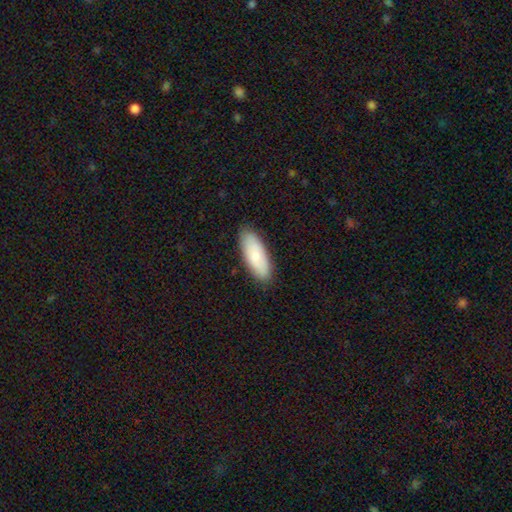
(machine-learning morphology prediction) This appears to be a smooth galaxy with no disk features (76%) that is in between round and cigar-shaped (75%). Merging: none (87%).